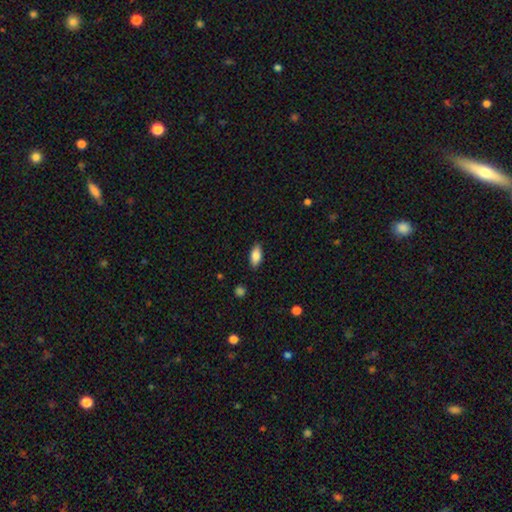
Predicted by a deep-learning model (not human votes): A smooth galaxy with no disk features (84%) that is in between round and cigar-shaped (88%).

Vote fractions:
- Smooth or featured? smooth: 84% / featured or disk: 9% / star or artifact: 7%
- How rounded? in between: 88% / cigar-shaped: 9% / round: 3%
- Merging? none: 87% / minor disturbance: 10% / major disturbance: 2% / merger: 1%